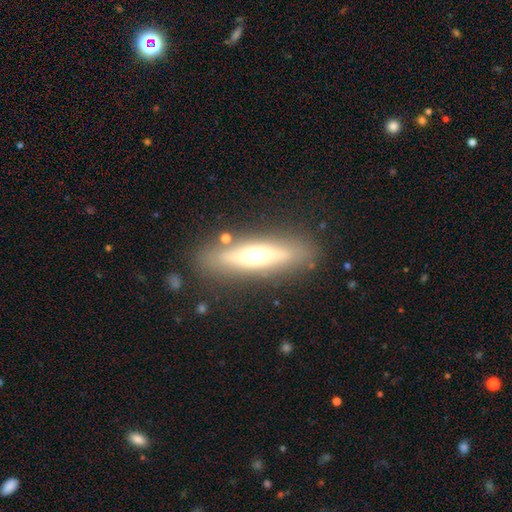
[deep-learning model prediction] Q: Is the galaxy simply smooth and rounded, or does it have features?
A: featured or disk — 50%.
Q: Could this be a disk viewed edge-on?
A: yes — 79%.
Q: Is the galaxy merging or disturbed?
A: none — 82%.